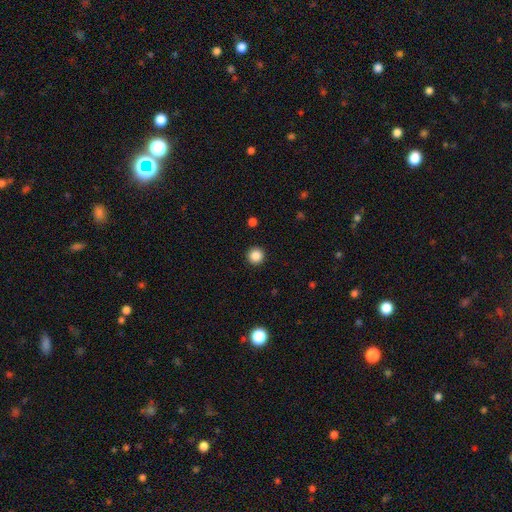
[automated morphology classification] This appears to be a smooth galaxy with no disk features (86%) that is round (96%). Merging: none (93%).